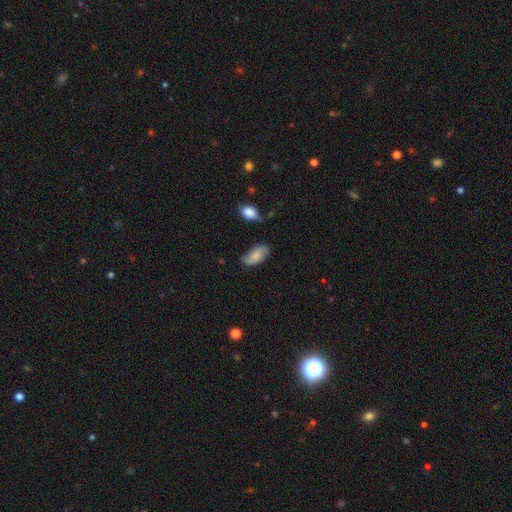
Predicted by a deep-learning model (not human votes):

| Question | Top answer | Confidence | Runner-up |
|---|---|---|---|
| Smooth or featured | smooth | 77% | featured or disk (16%) |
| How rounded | in between | 92% | cigar-shaped (6%) |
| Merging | none | 68% | minor disturbance (24%) |